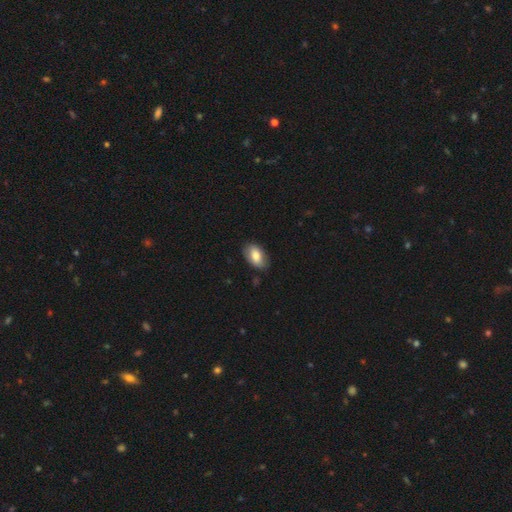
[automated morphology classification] Overall: smooth (78%). How rounded: in between (92%). Merging: none (81%).